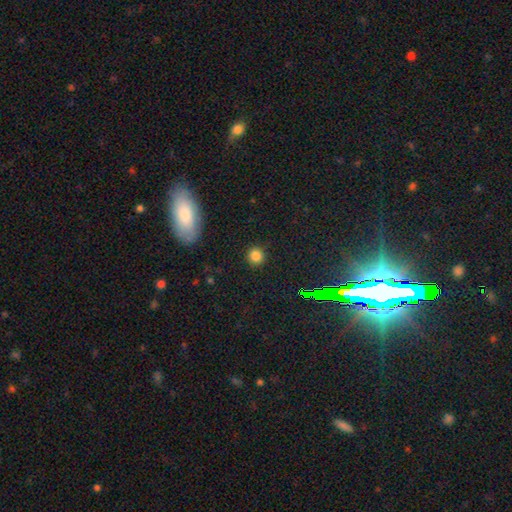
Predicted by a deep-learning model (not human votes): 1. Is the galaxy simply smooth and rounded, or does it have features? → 82% smooth, 14% star or artifact, 4% featured or disk.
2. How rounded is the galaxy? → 92% round, 7% in between, 1% cigar-shaped.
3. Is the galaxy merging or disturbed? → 90% none, 7% minor disturbance, 2% major disturbance, 1% merger.